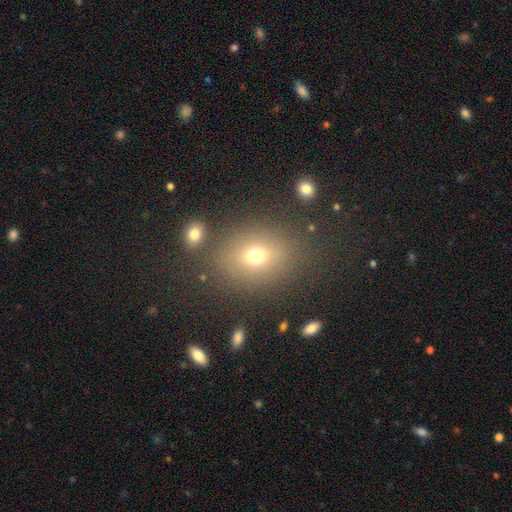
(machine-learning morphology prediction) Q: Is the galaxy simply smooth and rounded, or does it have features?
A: smooth — 69%.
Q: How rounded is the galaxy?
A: round — 50%.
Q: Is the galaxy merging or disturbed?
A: none — 80%.